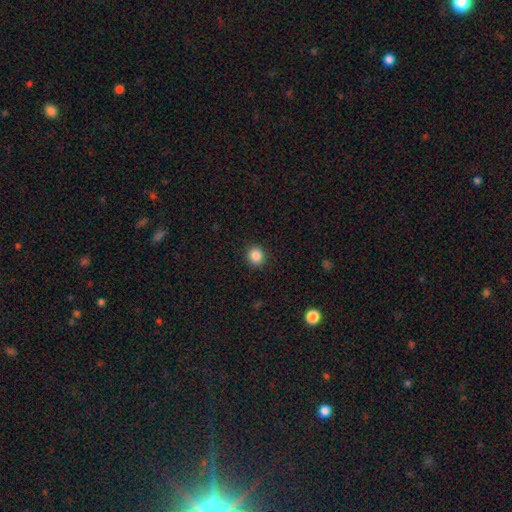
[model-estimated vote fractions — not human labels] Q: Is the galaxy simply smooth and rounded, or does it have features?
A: smooth — 86%.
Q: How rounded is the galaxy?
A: round — 84%.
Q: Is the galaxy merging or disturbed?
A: none — 91%.